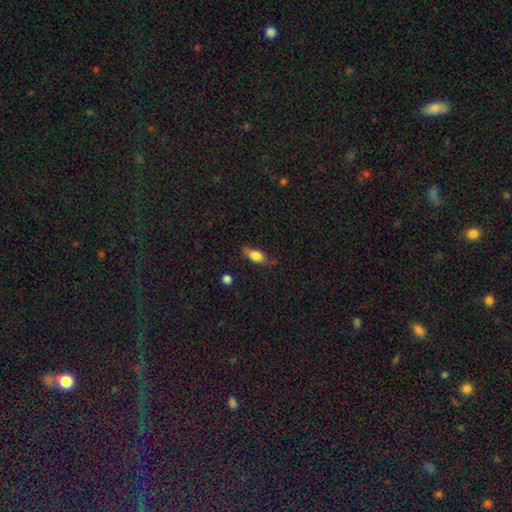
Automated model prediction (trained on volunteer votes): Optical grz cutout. It shows a smooth galaxy with no disk features (75%) that is in between round and cigar-shaped (80%). Merging: none (69%).